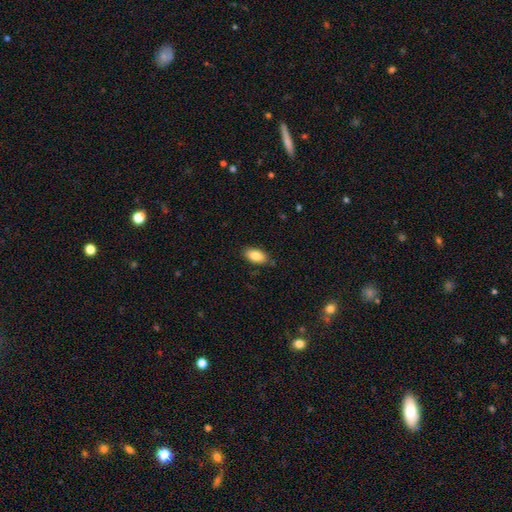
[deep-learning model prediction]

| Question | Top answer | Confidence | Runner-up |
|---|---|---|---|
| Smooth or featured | smooth | 86% | star or artifact (7%) |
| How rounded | in between | 93% | cigar-shaped (4%) |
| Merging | none | 84% | minor disturbance (12%) |